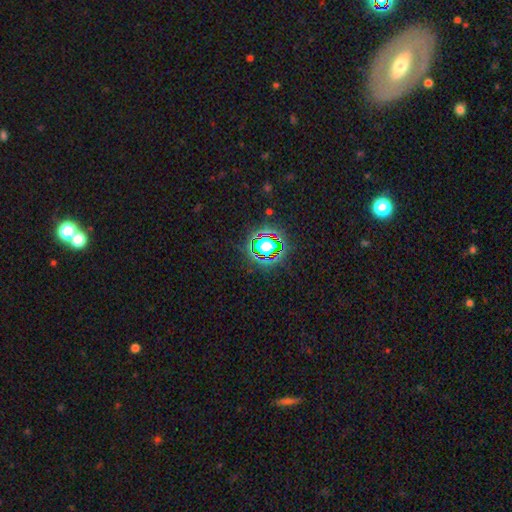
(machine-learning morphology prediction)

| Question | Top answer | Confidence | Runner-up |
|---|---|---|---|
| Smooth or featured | star or artifact | 77% | smooth (14%) |